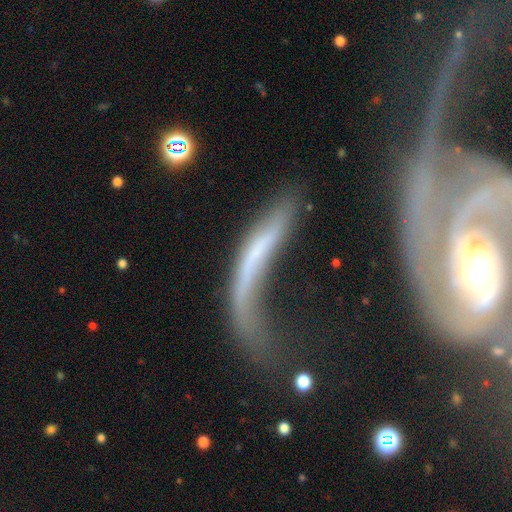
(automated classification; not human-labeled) A featured or disk galaxy (57%).

Vote fractions:
- Smooth or featured? featured or disk: 57% / smooth: 33% / star or artifact: 9%
- Edge-on disk? no: 62% / yes: 38%
- Merging? major disturbance: 42% / none: 22% / merger: 19% / minor disturbance: 16%